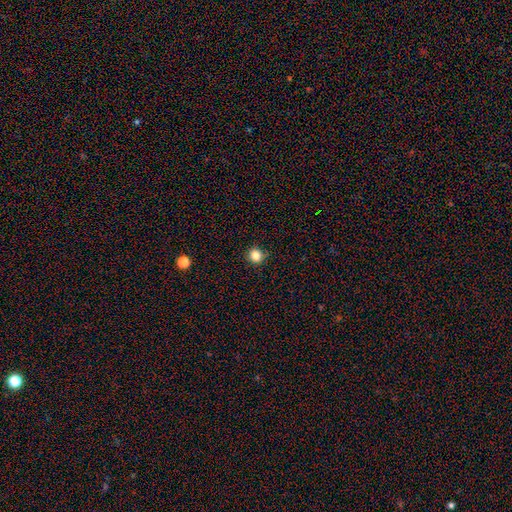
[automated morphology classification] smooth 84%, star or artifact 12%, featured or disk 4%. Down the decision tree: how rounded — round (87%); merging — none (90%).